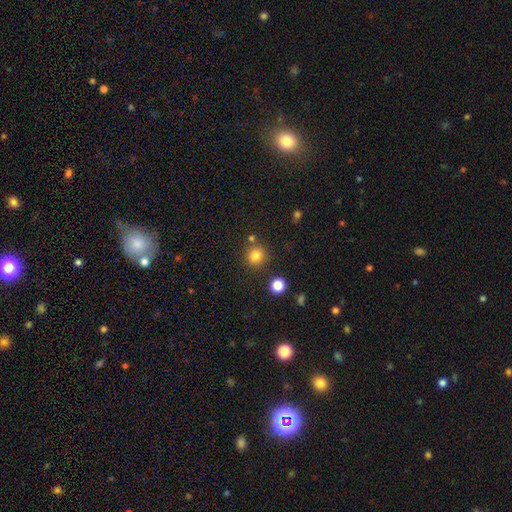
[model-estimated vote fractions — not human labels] This is clearly a smooth galaxy (82%). How rounded: clearly round (92%). Merging: clearly none (82%).